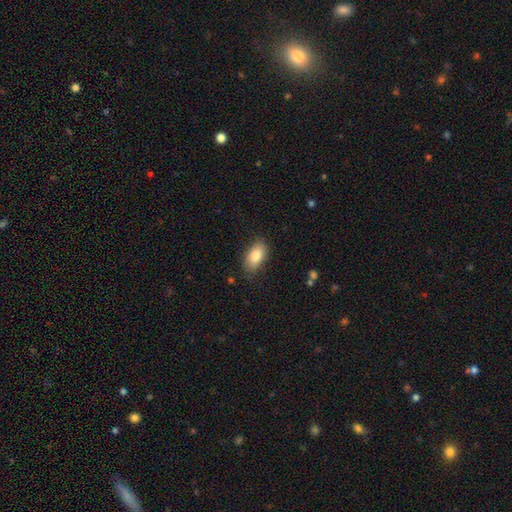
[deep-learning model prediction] Morphology: type=smooth (85%); roundness=in between (92%); merging=none (82%).